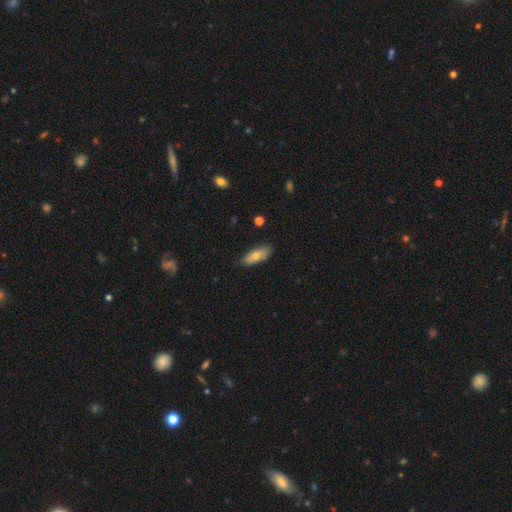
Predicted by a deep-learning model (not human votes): Smooth or featured?
  - smooth: 68% *
  - featured or disk: 24%
  - star or artifact: 7%
How rounded?
  - in between: 77% *
  - cigar-shaped: 21%
  - round: 3%
Merging?
  - none: 84% *
  - minor disturbance: 13%
  - major disturbance: 2%
  - merger: 1%